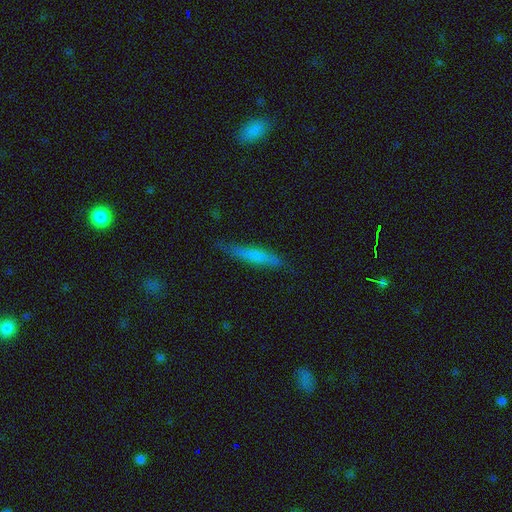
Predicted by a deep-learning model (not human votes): Morphology: type=smooth (66%); roundness=cigar-shaped (90%); merging=none (78%).